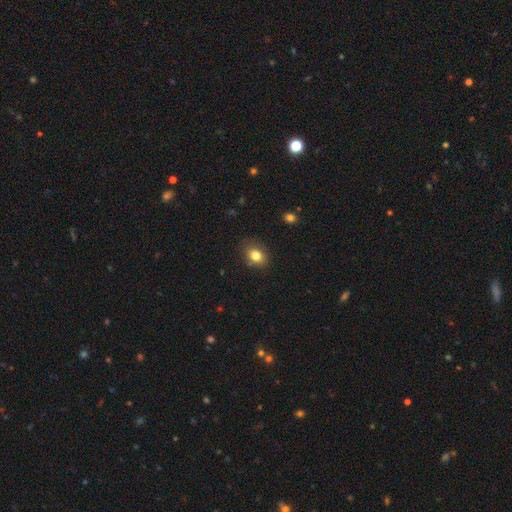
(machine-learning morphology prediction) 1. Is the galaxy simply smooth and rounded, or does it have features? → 82% smooth, 10% star or artifact, 8% featured or disk.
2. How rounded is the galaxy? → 60% in between, 39% round, 1% cigar-shaped.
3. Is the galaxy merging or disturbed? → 81% none, 15% minor disturbance, 3% major disturbance, 1% merger.